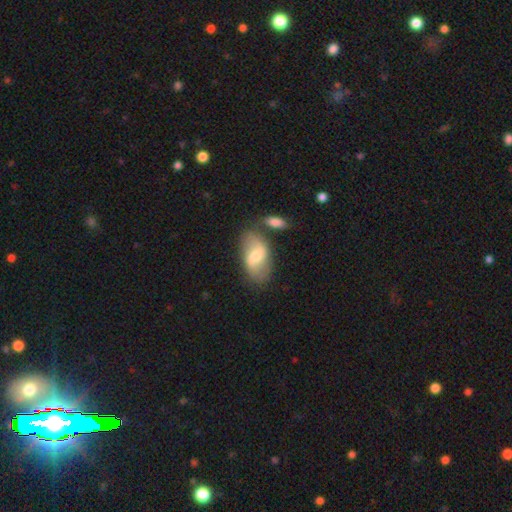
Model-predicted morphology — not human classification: A featured or disk galaxy (52%).

Vote fractions:
- Smooth or featured? featured or disk: 52% / smooth: 42% / star or artifact: 7%
- Edge-on disk? no: 93% / yes: 7%
- Merging? none: 65% / minor disturbance: 16% / merger: 14% / major disturbance: 5%